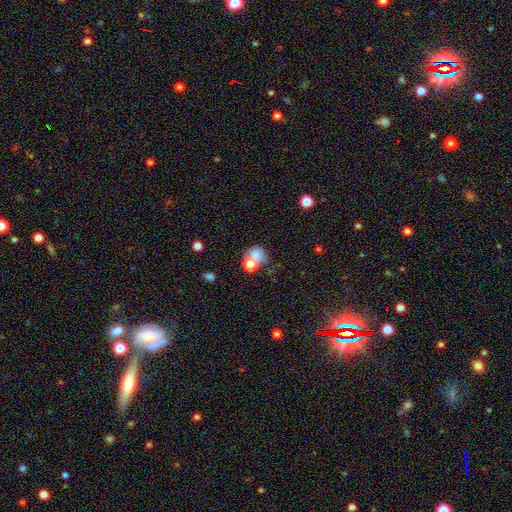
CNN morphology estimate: Overall: smooth (71%). How rounded: round (63%; in between 36%). Merging: merger (50%; none 31%).